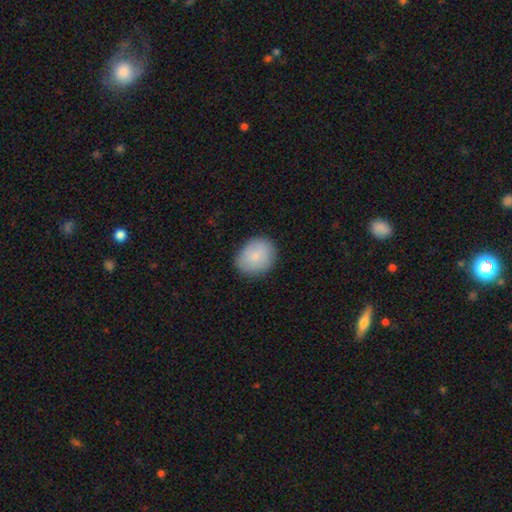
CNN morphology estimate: The model was most divided on "how rounded": round: 60%, in between: 39%, cigar-shaped: 1%. More confident: smooth or featured — smooth (84%); merging — none (84%).